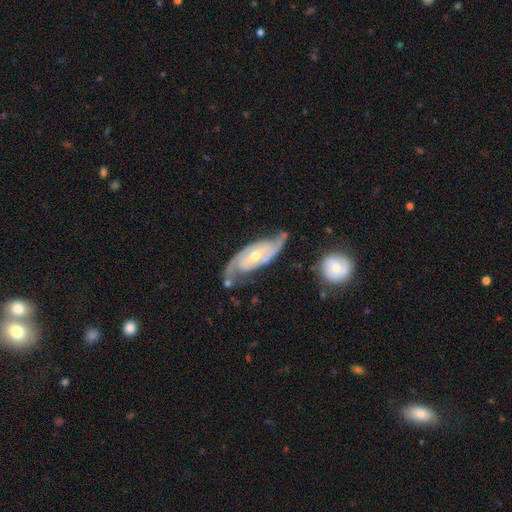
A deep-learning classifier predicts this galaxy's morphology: Smooth or featured: featured or disk — 88% (smooth — 8%)
Edge-on disk: no — 93% (yes — 7%)
Bar: weak — 42% (no — 37%)
Spiral arms: yes — 97% (no — 3%)
Spiral winding: medium — 46% (tight — 38%)
Spiral arm count: 2 — 88% (can't tell — 6%)
Bulge size: moderate — 53% (small — 43%)
Merging: none — 67% (minor disturbance — 20%)